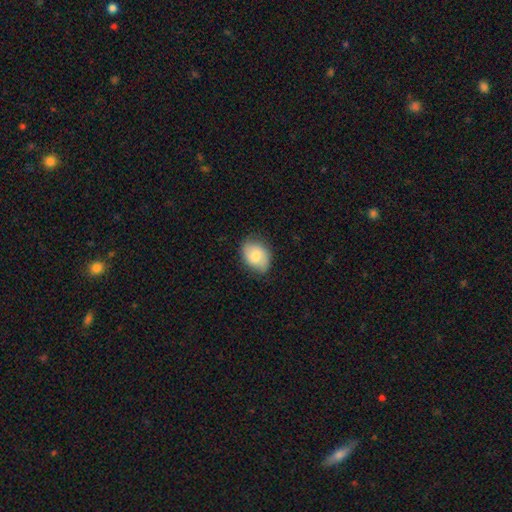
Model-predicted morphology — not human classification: Q: Smooth or featured?
A: smooth (73%); runner-up: featured or disk (20%)
Q: How rounded?
A: in between (73%); runner-up: round (26%)
Q: Merging?
A: none (76%); runner-up: minor disturbance (19%)